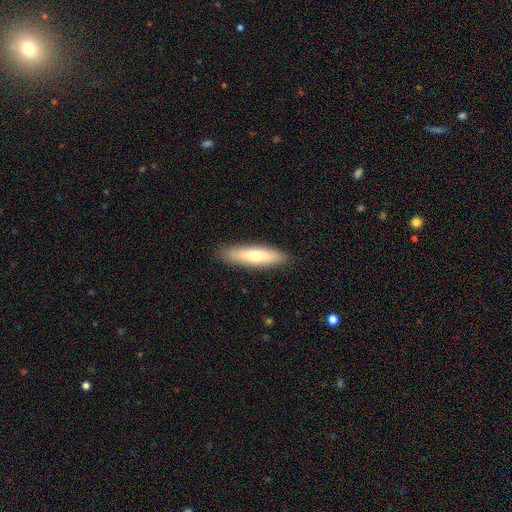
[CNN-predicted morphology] The model was most divided on "smooth or featured": smooth: 61%, featured or disk: 33%, star or artifact: 6%. More confident: merging — none (88%); how rounded — cigar-shaped (70%).